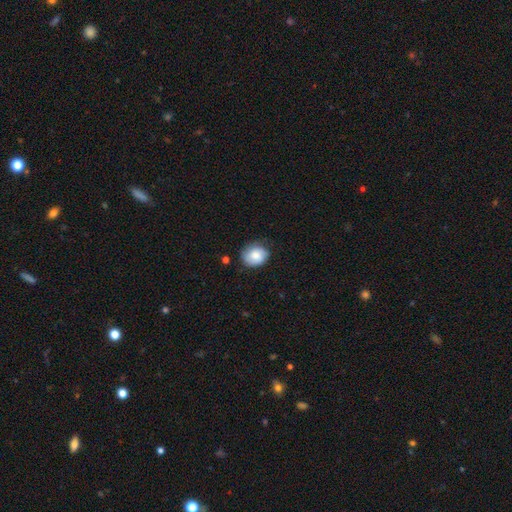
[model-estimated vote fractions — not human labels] smooth 70%, featured or disk 22%, star or artifact 8%. Down the decision tree: how rounded — round (63%); merging — none (71%).